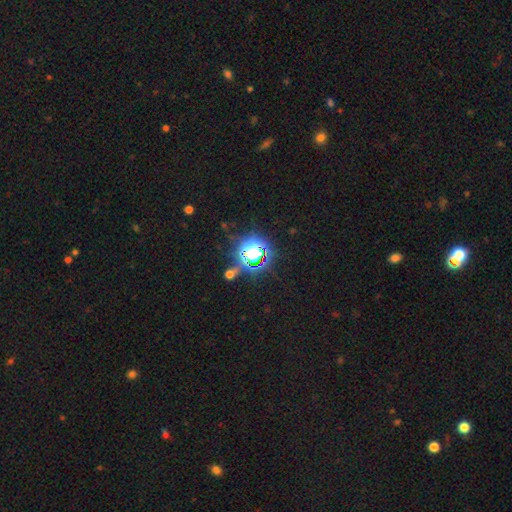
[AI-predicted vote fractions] Smooth or featured?
  - star or artifact: 71% *
  - smooth: 19%
  - featured or disk: 10%